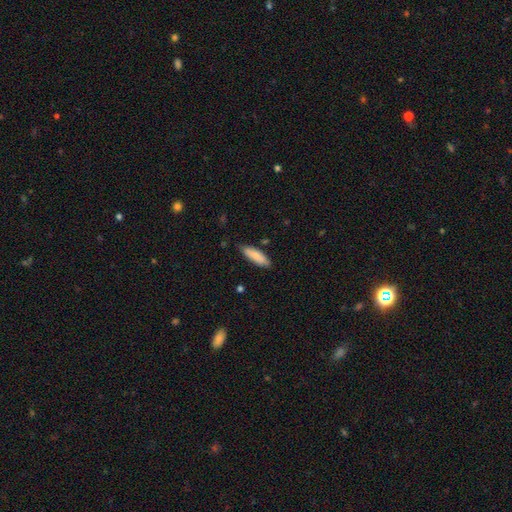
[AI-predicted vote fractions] A smooth galaxy with no disk features (86%) that is cigar-shaped (52%). Merging: none (82%).